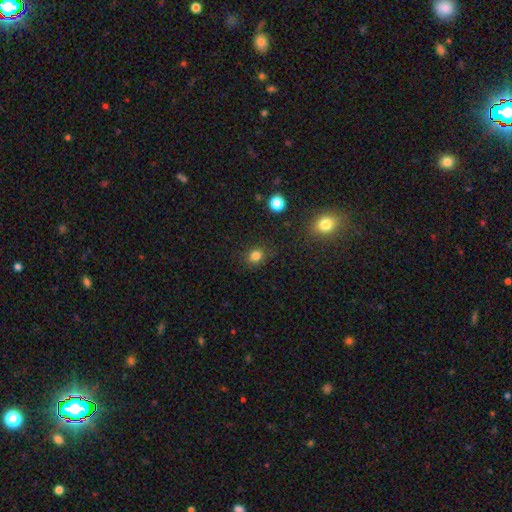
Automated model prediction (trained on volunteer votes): Overall: smooth (82%). How rounded: round (74%). Merging: none (86%).